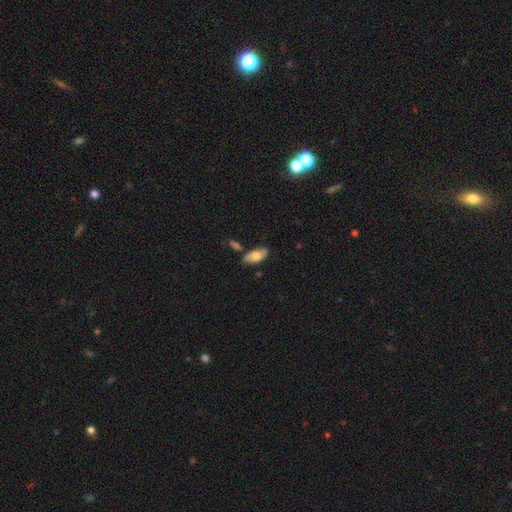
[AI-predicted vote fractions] The model was most divided on "smooth or featured": smooth: 67%, featured or disk: 26%, star or artifact: 6%. More confident: how rounded — in between (90%); merging — none (71%).